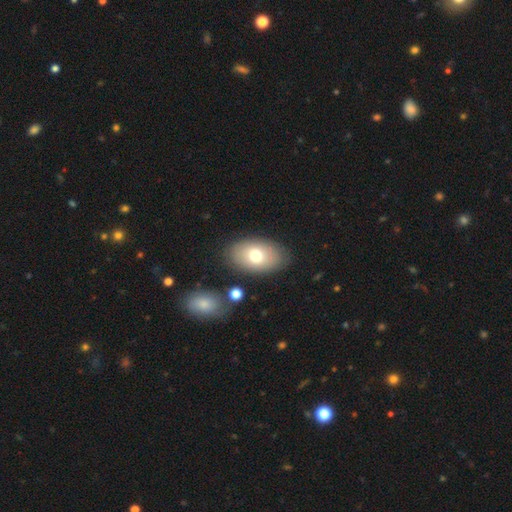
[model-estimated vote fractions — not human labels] The model was most divided on "smooth or featured": smooth: 73%, featured or disk: 20%, star or artifact: 8%. More confident: how rounded — in between (90%); merging — none (82%).